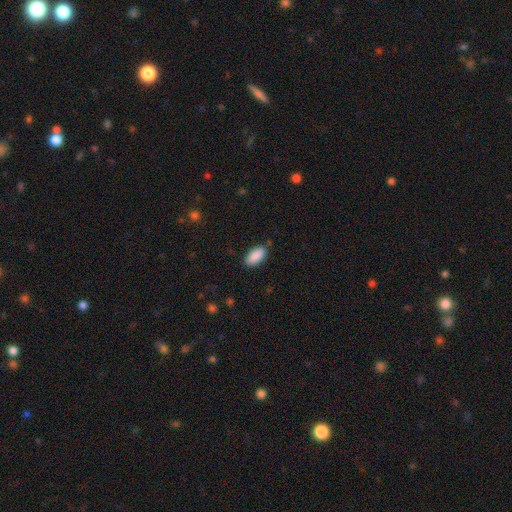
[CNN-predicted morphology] smooth_or_featured: smooth (p=0.90) [alt: star or artifact p=0.07]
how_rounded: in between (p=0.93) [alt: cigar-shaped p=0.05]
merging: none (p=0.83) [alt: minor disturbance p=0.12]